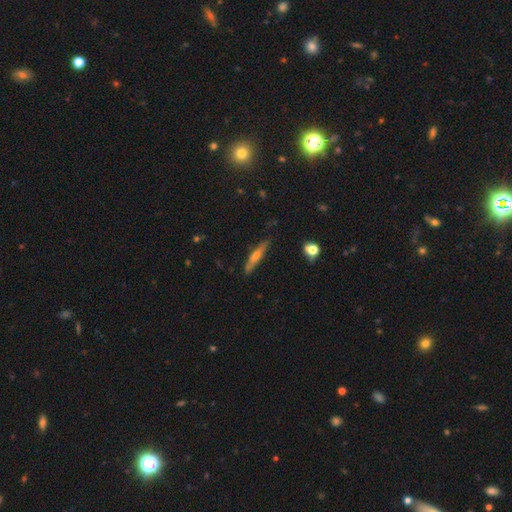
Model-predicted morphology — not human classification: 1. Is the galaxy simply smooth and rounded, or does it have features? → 52% featured or disk, 41% smooth, 8% star or artifact.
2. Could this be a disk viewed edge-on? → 92% yes, 8% no.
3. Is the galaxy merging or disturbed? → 82% none, 14% minor disturbance, 3% major disturbance, 2% merger.